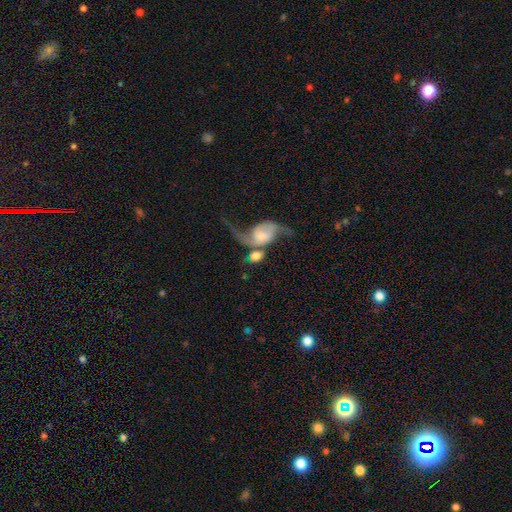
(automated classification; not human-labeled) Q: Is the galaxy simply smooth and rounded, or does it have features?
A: featured or disk — 64%.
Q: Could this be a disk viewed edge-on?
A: no — 95%.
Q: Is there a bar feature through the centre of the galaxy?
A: no — 61%.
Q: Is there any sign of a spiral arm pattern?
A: yes — 88%.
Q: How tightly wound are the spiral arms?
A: loose — 88%.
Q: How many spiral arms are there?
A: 2 — 85%.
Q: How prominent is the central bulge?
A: small — 32%.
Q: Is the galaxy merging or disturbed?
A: merger — 40%.